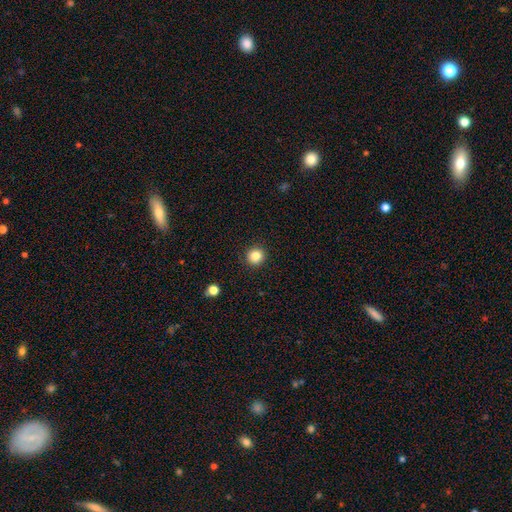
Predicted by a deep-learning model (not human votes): This appears to be a smooth galaxy with no disk features (85%) that is round (92%). Merging: none (92%).